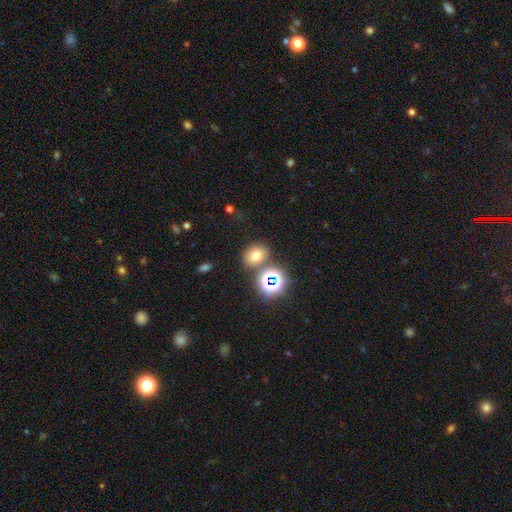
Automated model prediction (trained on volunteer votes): Smooth or featured? smooth (68%)
How rounded? in between (55%)
Merging? none (73%)